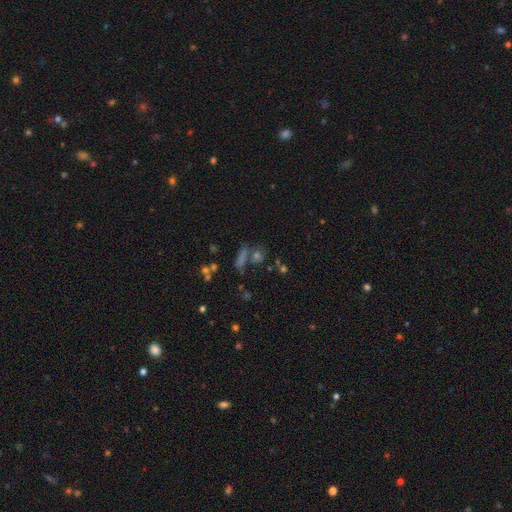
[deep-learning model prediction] This is marginally a star or artifact rather than a galaxy (41%).